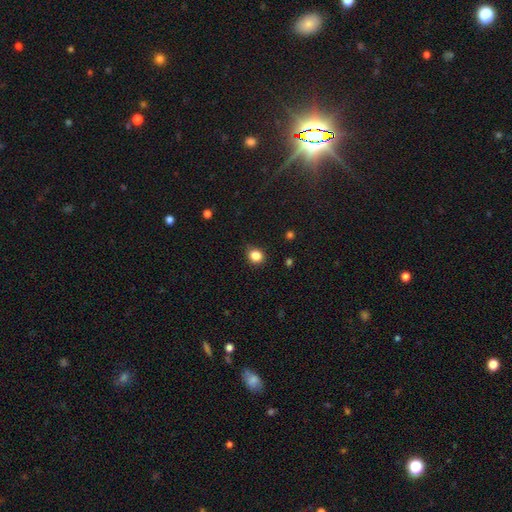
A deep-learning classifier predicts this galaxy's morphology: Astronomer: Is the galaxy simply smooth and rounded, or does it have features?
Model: smooth — 84%.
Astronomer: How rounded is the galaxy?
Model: round — 77%.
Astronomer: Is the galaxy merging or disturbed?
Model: none — 83%.